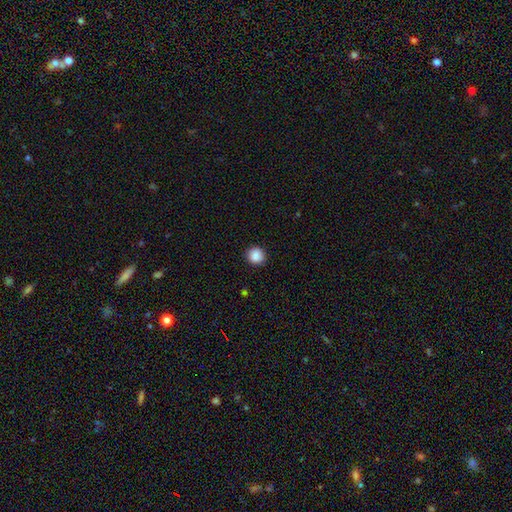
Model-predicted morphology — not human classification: smooth 86%, star or artifact 9%, featured or disk 5%. Down the decision tree: how rounded — round (90%); merging — none (89%).